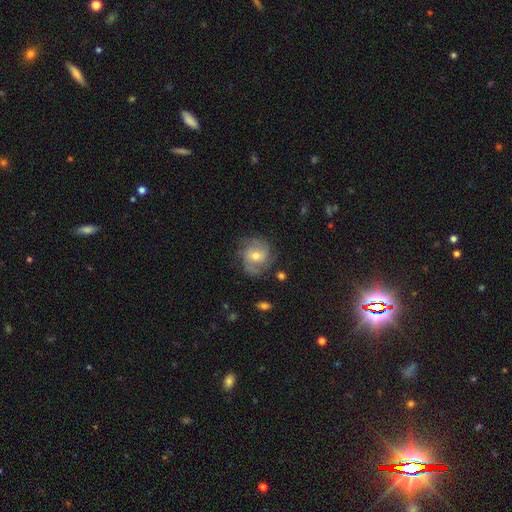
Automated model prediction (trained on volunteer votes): This is likely a featured or disk galaxy (70%). It is clearly not viewed edge-on (97%). Bar: possibly no (51%). Spiral arm pattern: clearly yes (91%). Spiral arm count: likely 2 (62%). Spiral winding: possibly medium (45%). Central bulge: possibly moderate (59%). Merging: likely none (71%).